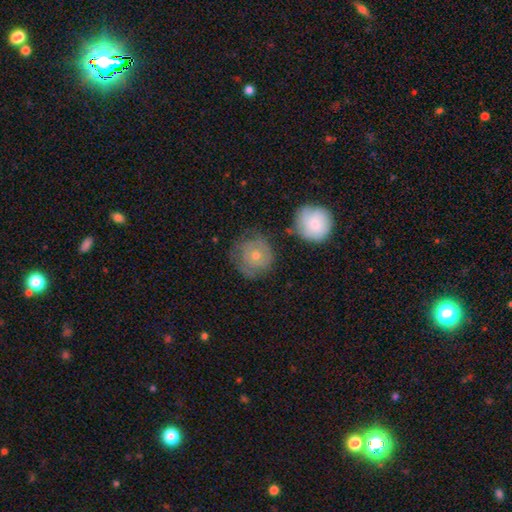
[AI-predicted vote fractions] Morphology: type=smooth (51%); roundness=round (90%); merging=none (67%).